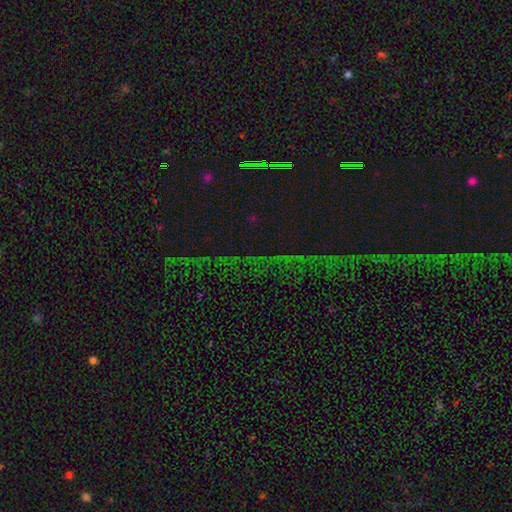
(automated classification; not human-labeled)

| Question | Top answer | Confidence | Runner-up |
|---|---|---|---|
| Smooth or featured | star or artifact | 82% | featured or disk (10%) |